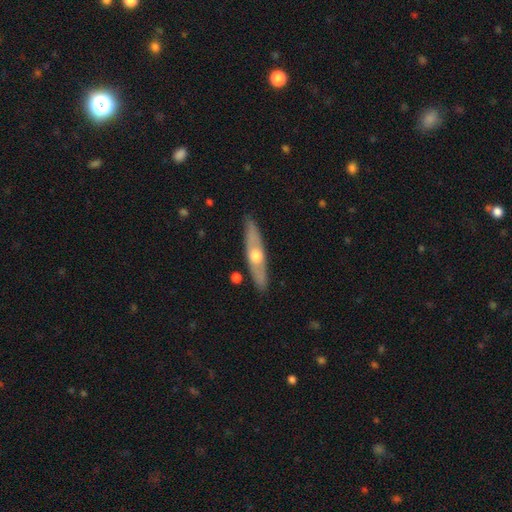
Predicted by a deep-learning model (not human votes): smooth-or-featured: featured or disk: 58% | smooth: 37% | star or artifact: 5%
  disk-edge-on: yes: 77% | no: 23%
  merging: none: 87% | minor disturbance: 9% | major disturbance: 2% | merger: 2%